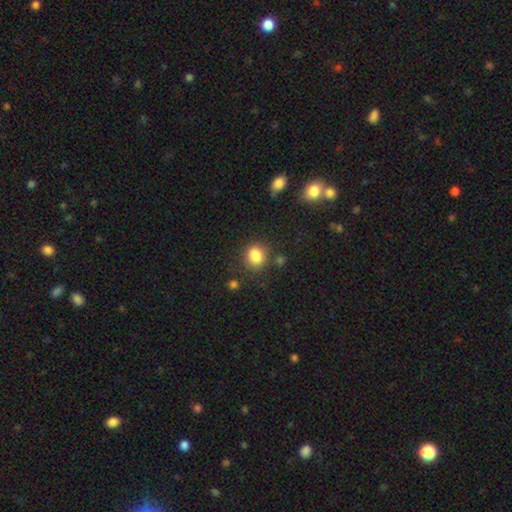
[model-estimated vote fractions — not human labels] smooth-or-featured: smooth: 84% | star or artifact: 10% | featured or disk: 6%
  how-rounded: round: 60% | in between: 38% | cigar-shaped: 1%
  merging: none: 73% | minor disturbance: 16% | merger: 7% | major disturbance: 5%